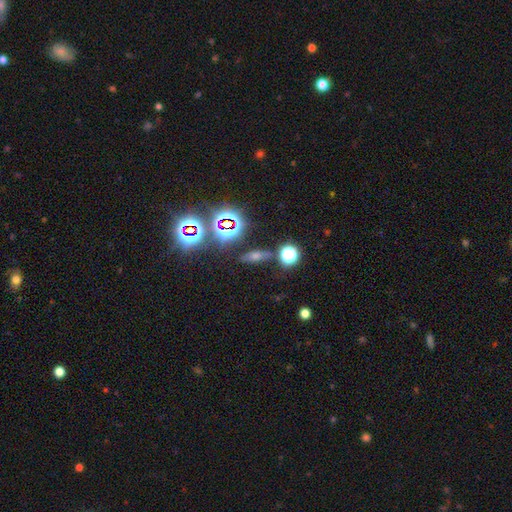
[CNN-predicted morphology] The model was most divided on "smooth or featured": star or artifact: 43%, smooth: 34%, featured or disk: 23%.